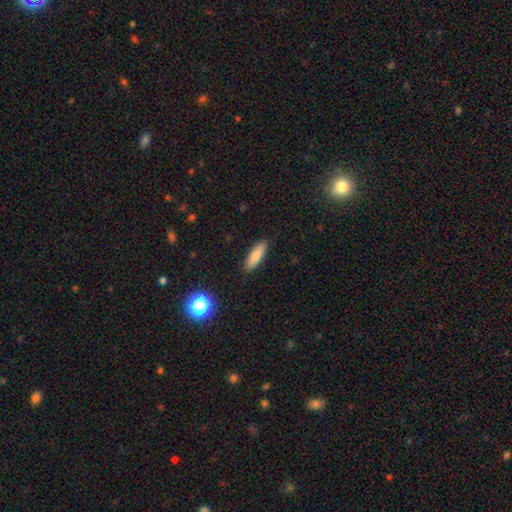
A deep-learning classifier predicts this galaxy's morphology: This appears to be a smooth galaxy with no disk features (80%) that is cigar-shaped (50%). Merging: none (88%).